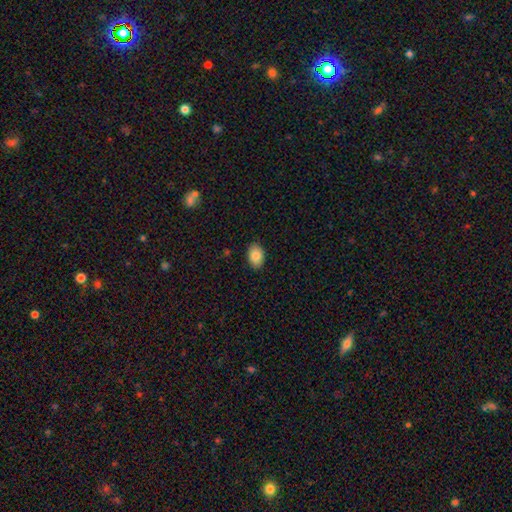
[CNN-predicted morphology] smooth_or_featured: smooth (p=0.86) [alt: star or artifact p=0.08]
how_rounded: in between (p=0.84) [alt: round p=0.15]
merging: none (p=0.89) [alt: minor disturbance p=0.08]